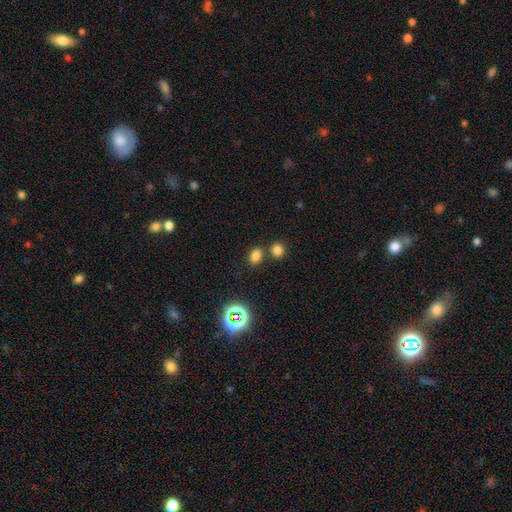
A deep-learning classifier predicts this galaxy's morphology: smooth_or_featured: smooth (p=0.76) [alt: star or artifact p=0.19]
how_rounded: in between (p=0.67) [alt: round p=0.31]
merging: none (p=0.67) [alt: merger p=0.20]